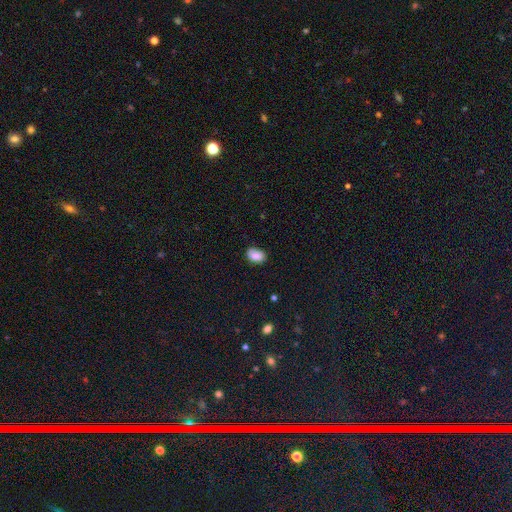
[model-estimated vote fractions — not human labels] Q: Smooth or featured?
A: smooth (84%); runner-up: star or artifact (8%)
Q: How rounded?
A: in between (86%); runner-up: round (13%)
Q: Merging?
A: none (74%); runner-up: minor disturbance (21%)